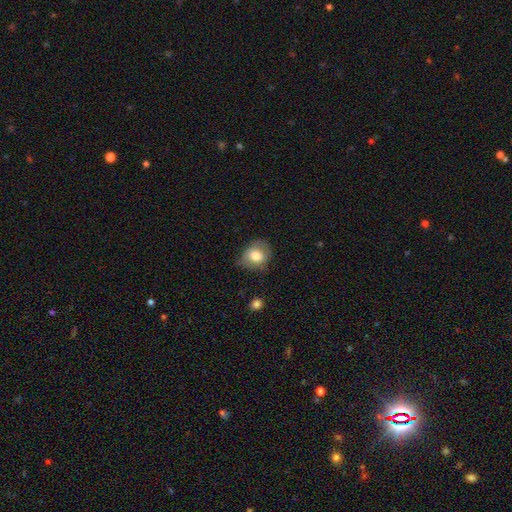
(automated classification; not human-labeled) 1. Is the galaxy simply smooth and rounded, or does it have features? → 74% smooth, 18% featured or disk, 8% star or artifact.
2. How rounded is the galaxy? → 64% round, 35% in between, 1% cigar-shaped.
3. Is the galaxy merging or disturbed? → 61% none, 28% minor disturbance, 9% major disturbance, 2% merger.